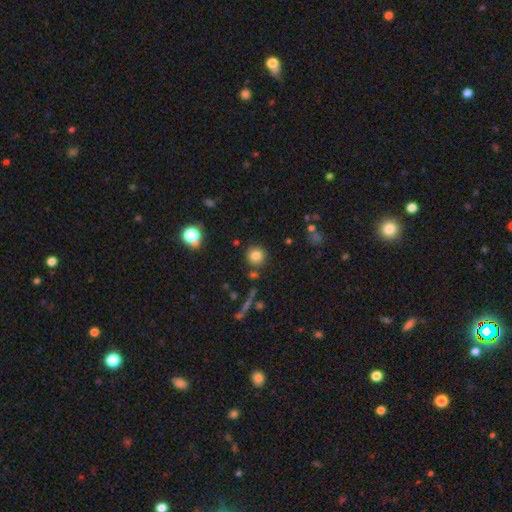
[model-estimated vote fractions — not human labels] This is clearly a smooth galaxy (80%). How rounded: clearly round (91%). Merging: clearly none (83%).